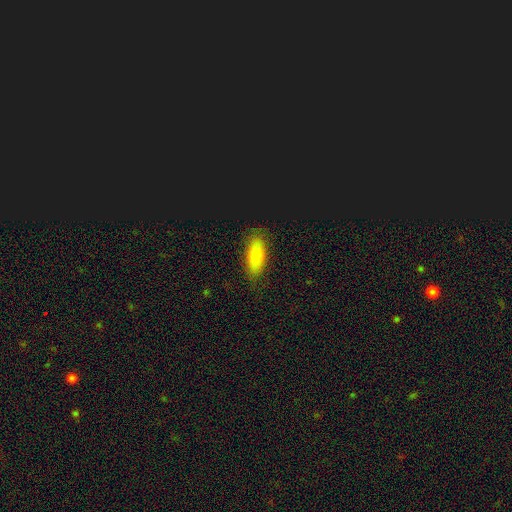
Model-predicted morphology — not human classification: smooth 76%, featured or disk 15%, star or artifact 9%. Down the decision tree: how rounded — in between (81%); merging — none (83%).